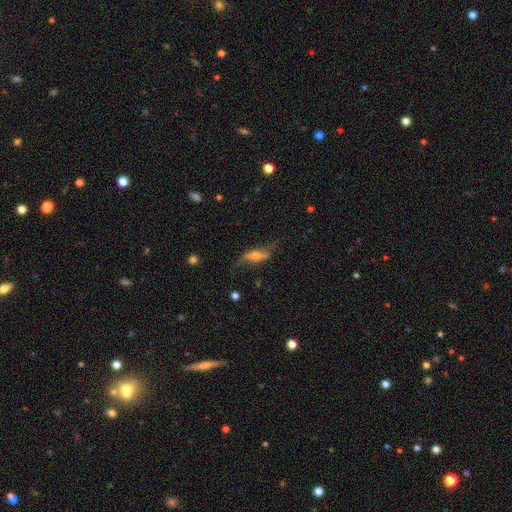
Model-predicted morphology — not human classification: This is likely a featured or disk galaxy (69%). It is likely not viewed edge-on (65%). Merging: likely none (62%).